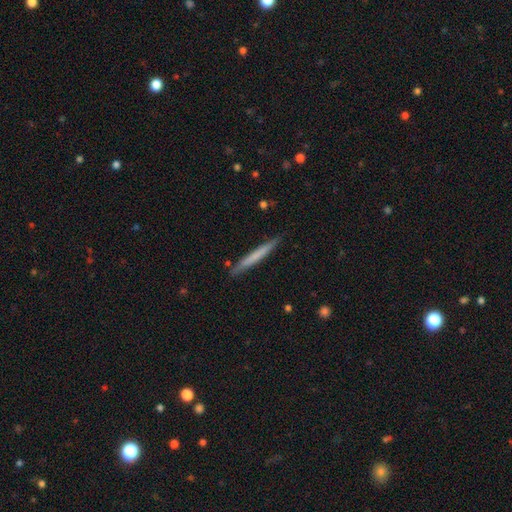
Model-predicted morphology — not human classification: Smooth or featured? Predicted: smooth (p=0.61). How rounded? Predicted: cigar-shaped (p=0.97). Merging? Predicted: none (p=0.88).